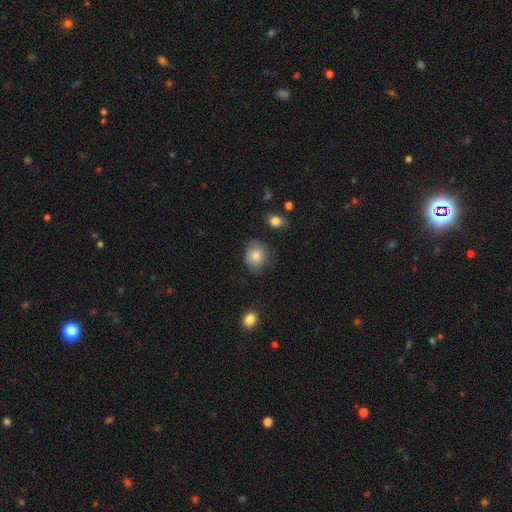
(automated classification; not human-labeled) Smooth or featured: smooth — 81% (featured or disk — 11%)
How rounded: round — 66% (in between — 33%)
Merging: none — 66% (minor disturbance — 25%)